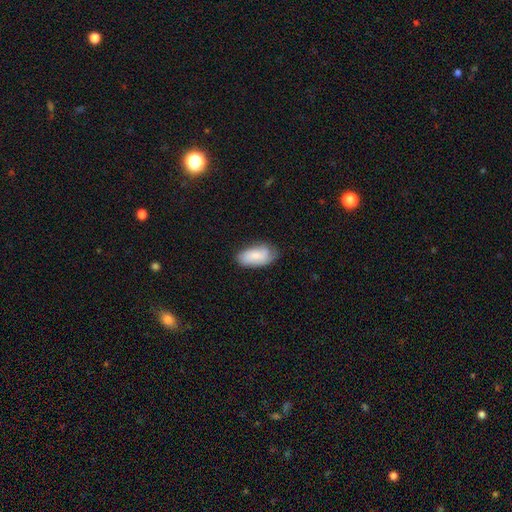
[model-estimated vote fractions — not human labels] smooth 69%, featured or disk 24%, star or artifact 6%. Down the decision tree: how rounded — in between (92%); merging — none (64%).